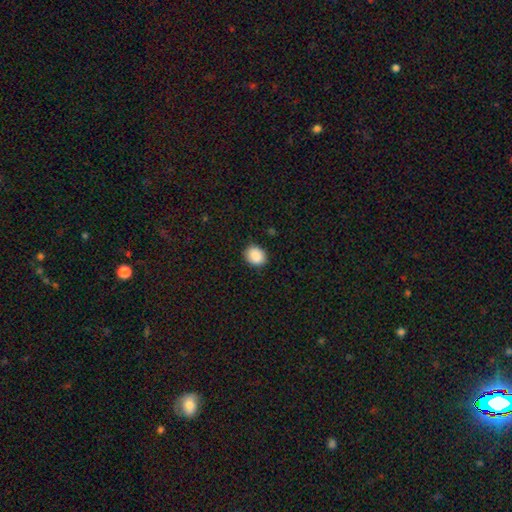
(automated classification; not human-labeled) Overall: smooth (89%). How rounded: round (59%; in between 40%). Merging: none (86%).